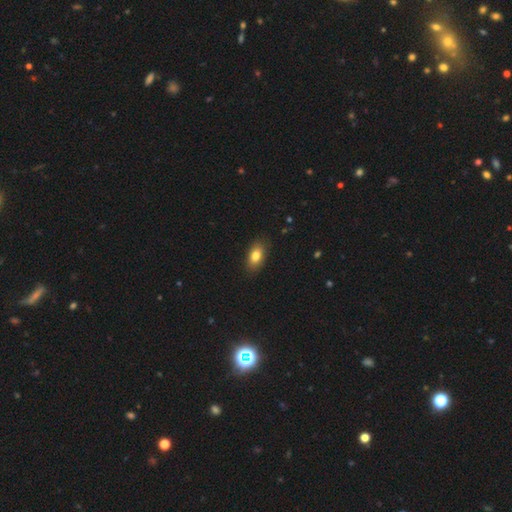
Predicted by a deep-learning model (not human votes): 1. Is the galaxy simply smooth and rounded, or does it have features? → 82% smooth, 10% featured or disk, 8% star or artifact.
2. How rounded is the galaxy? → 88% in between, 8% round, 4% cigar-shaped.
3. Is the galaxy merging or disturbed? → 86% none, 10% minor disturbance, 2% major disturbance, 1% merger.